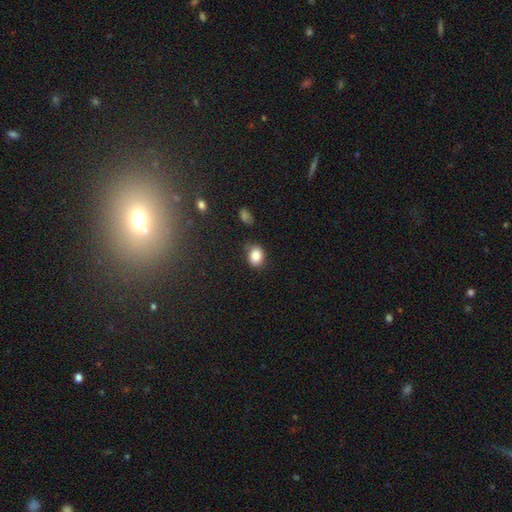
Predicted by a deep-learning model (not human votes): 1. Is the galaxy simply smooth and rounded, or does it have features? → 84% smooth, 9% star or artifact, 6% featured or disk.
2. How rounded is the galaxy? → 55% in between, 44% round, 1% cigar-shaped.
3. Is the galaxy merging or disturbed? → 74% none, 19% minor disturbance, 4% major disturbance, 3% merger.